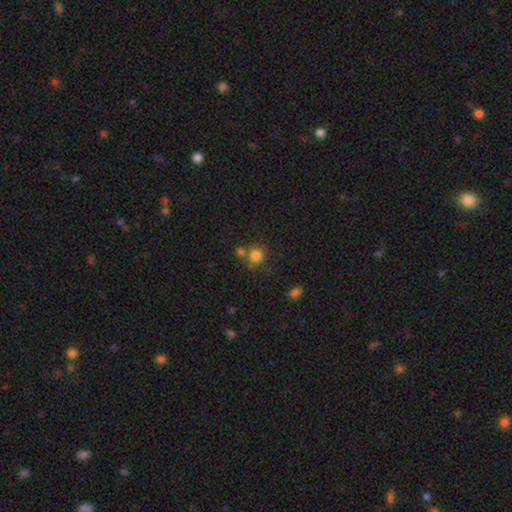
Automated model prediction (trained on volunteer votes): Smooth or featured: smooth — 80% (star or artifact — 13%)
How rounded: round — 89% (in between — 10%)
Merging: none — 64% (merger — 23%)